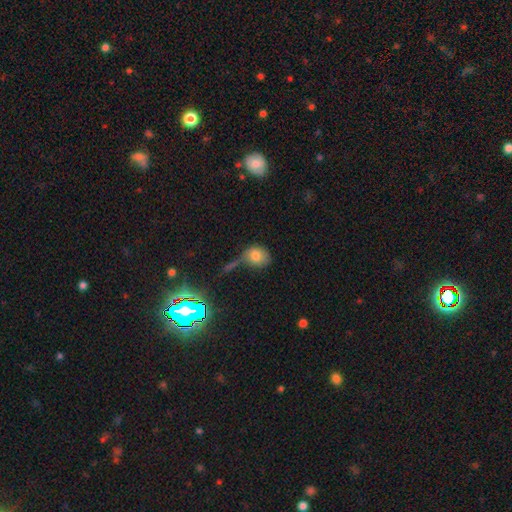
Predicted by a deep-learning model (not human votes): Overall: smooth (74%). How rounded: round (57%; in between 42%). Merging: none (35%; major disturbance 22%).